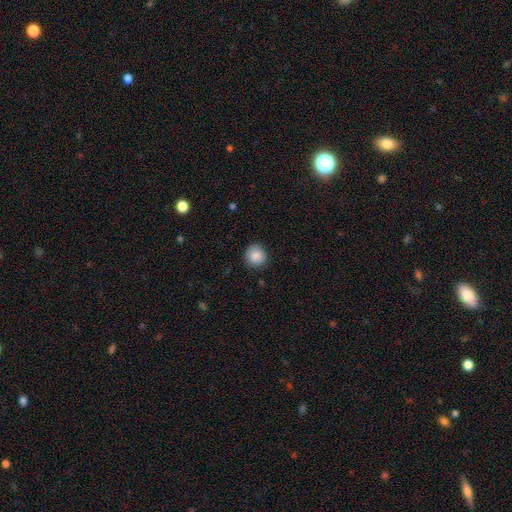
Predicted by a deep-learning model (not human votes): Overall: smooth (88%). How rounded: round (91%). Merging: none (88%).